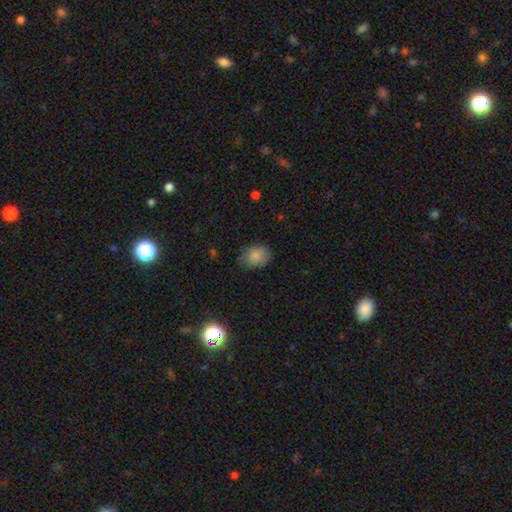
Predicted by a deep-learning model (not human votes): This appears to be a smooth galaxy with no disk features (85%) that is in between round and cigar-shaped (69%). Merging: none (79%).